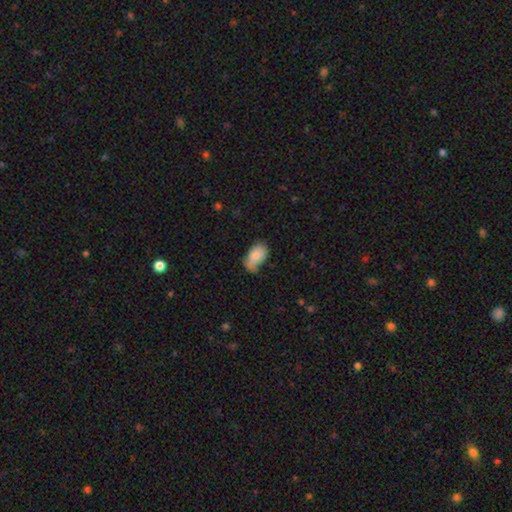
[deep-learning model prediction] Overall: smooth (77%). How rounded: in between (91%). Merging: none (40%, tied with minor disturbance).